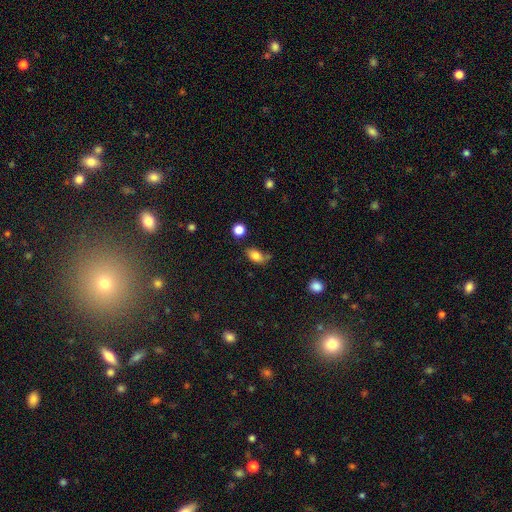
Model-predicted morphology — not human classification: This is clearly a smooth galaxy (80%). How rounded: clearly in between (86%). Merging: possibly none (58%).